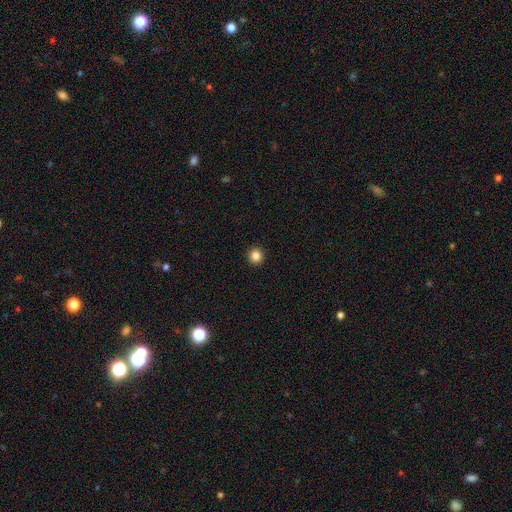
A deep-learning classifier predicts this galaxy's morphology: This appears to be a smooth galaxy with no disk features (85%) that is round (92%). Merging: none (93%).